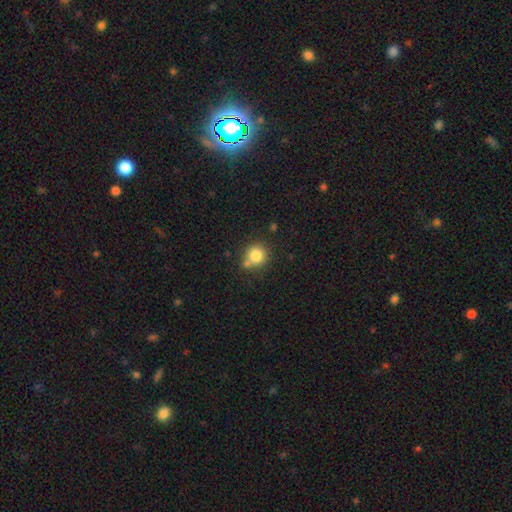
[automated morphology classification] type=smooth (81%); roundness=round (89%); merging=none (64%).